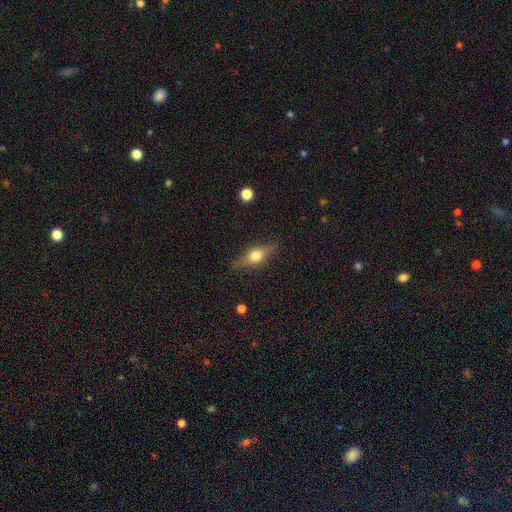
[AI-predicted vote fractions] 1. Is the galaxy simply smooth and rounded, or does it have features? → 50% smooth, 42% featured or disk, 8% star or artifact.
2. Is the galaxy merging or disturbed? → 83% none, 13% minor disturbance, 3% major disturbance, 1% merger.